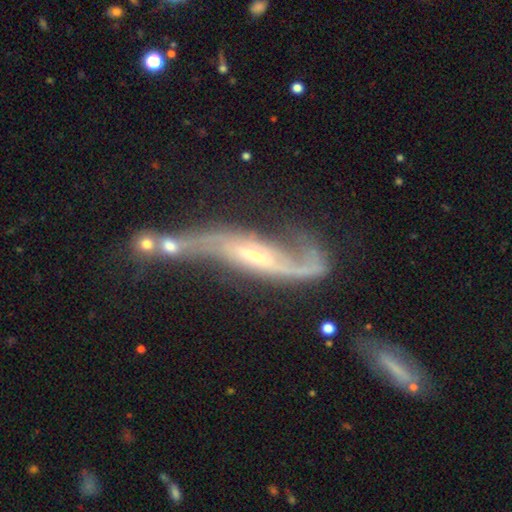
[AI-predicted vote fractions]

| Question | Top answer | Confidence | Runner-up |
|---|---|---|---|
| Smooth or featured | featured or disk | 85% | smooth (8%) |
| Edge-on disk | no | 76% | yes (24%) |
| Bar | no | 45% | weak (34%) |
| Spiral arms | yes | 92% | no (8%) |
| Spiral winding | loose | 75% | medium (18%) |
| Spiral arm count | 2 | 85% | 1 (6%) |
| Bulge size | small | 59% | moderate (34%) |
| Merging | none | 40% | merger (23%) |